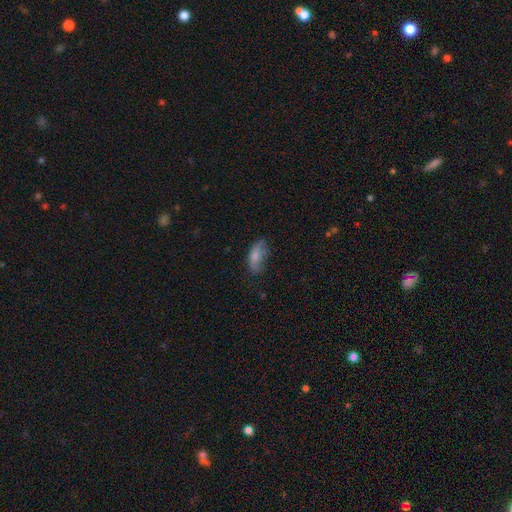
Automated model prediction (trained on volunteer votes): smooth_or_featured: smooth (p=0.77) [alt: featured or disk p=0.14]
how_rounded: in between (p=0.85) [alt: cigar-shaped p=0.11]
merging: none (p=0.50) [alt: minor disturbance p=0.33]